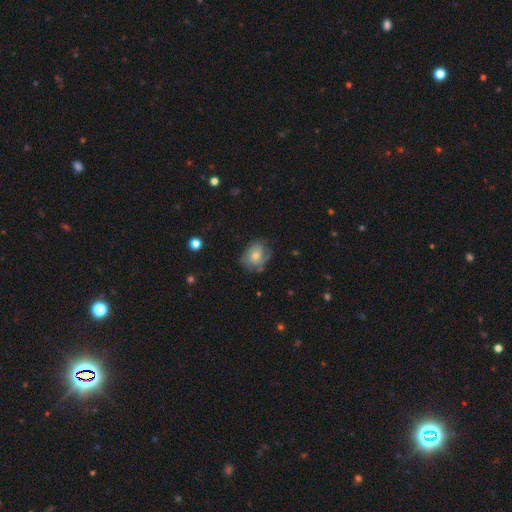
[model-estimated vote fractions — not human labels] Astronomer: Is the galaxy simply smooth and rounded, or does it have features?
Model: smooth — 53% (runner-up: featured or disk, 38%).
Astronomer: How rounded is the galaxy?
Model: in between — 50% (runner-up: round, 49%).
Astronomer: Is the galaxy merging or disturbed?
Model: none — 57%.